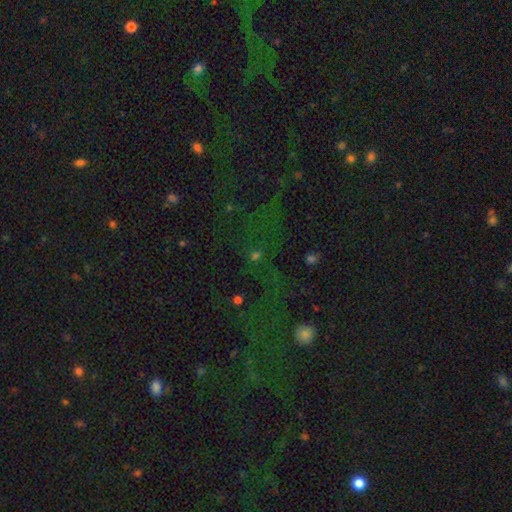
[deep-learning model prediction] Q: Smooth or featured?
A: star or artifact (63%); runner-up: smooth (26%)